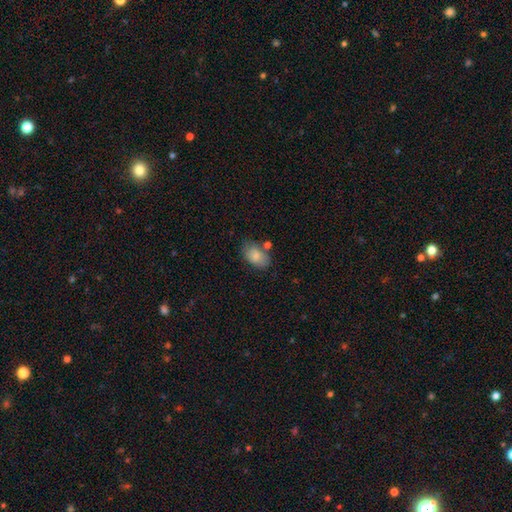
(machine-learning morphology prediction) Smooth or featured?
  - smooth: 84% *
  - featured or disk: 9%
  - star or artifact: 7%
How rounded?
  - in between: 89% *
  - round: 9%
  - cigar-shaped: 1%
Merging?
  - none: 62% *
  - minor disturbance: 21%
  - merger: 11%
  - major disturbance: 6%